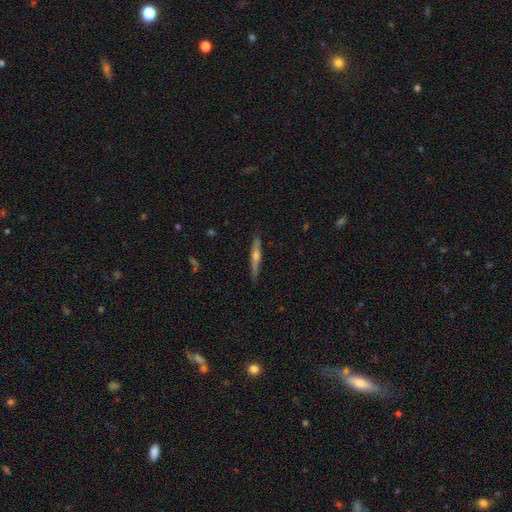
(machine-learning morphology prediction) featured or disk 60%, smooth 34%, star or artifact 7%. Down the decision tree: edge-on disk — yes (96%); edge-on bulge — rounded (80%); merging — none (86%).